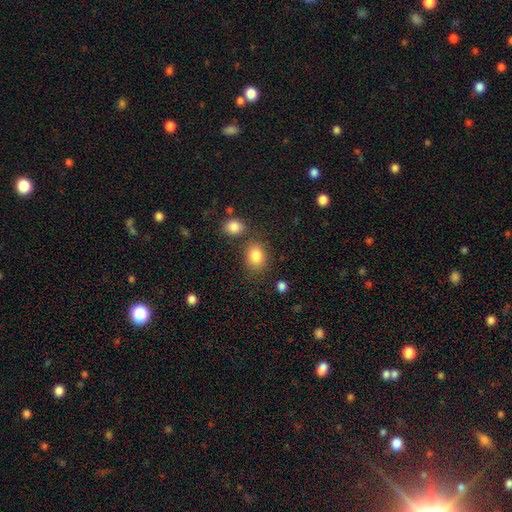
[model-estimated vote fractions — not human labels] Overall: smooth (85%). How rounded: in between (56%; round 43%). Merging: none (73%).